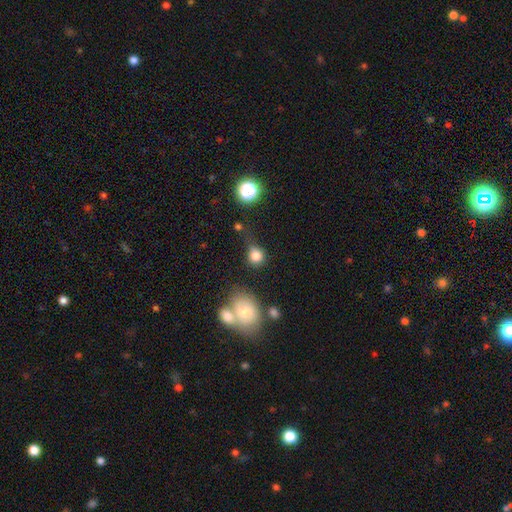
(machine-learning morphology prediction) smooth_or_featured: smooth (p=0.81) [alt: star or artifact p=0.12]
how_rounded: round (p=0.80) [alt: in between p=0.19]
merging: none (p=0.54) [alt: minor disturbance p=0.24]